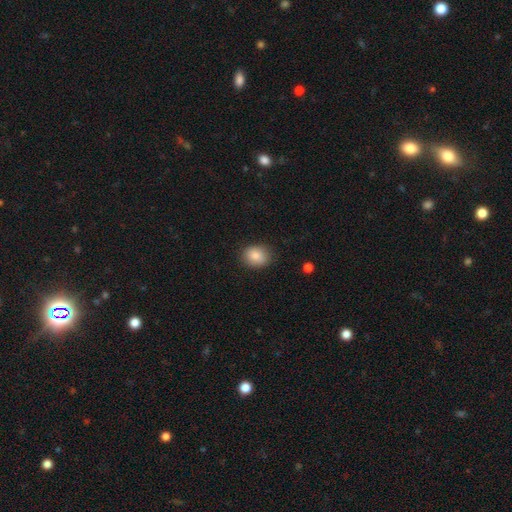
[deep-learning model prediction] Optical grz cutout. It shows a smooth galaxy with no disk features (84%) that is round (54%). Merging: none (87%).